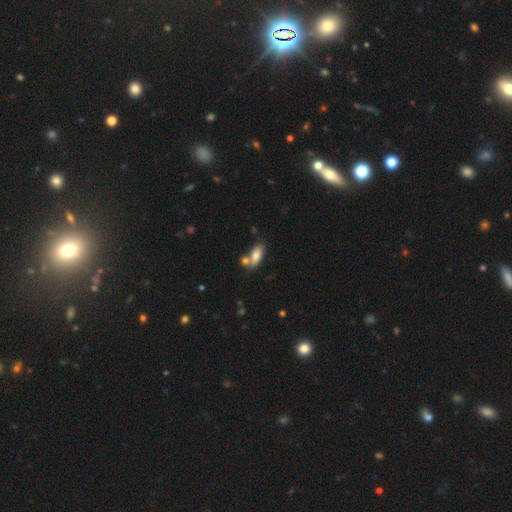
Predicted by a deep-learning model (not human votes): smooth_or_featured: smooth (p=0.79) [alt: featured or disk p=0.13]
how_rounded: in between (p=0.85) [alt: cigar-shaped p=0.12]
merging: none (p=0.55) [alt: merger p=0.28]